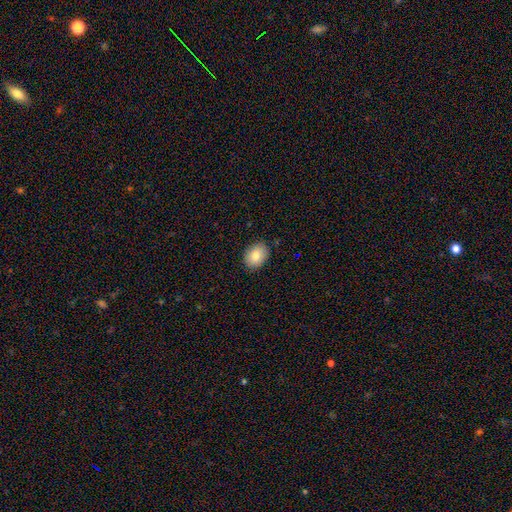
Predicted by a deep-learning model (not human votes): smooth-or-featured: smooth: 82% | featured or disk: 11% | star or artifact: 7%
  how-rounded: in between: 71% | round: 28% | cigar-shaped: 1%
  merging: none: 87% | minor disturbance: 10% | major disturbance: 2% | merger: 1%